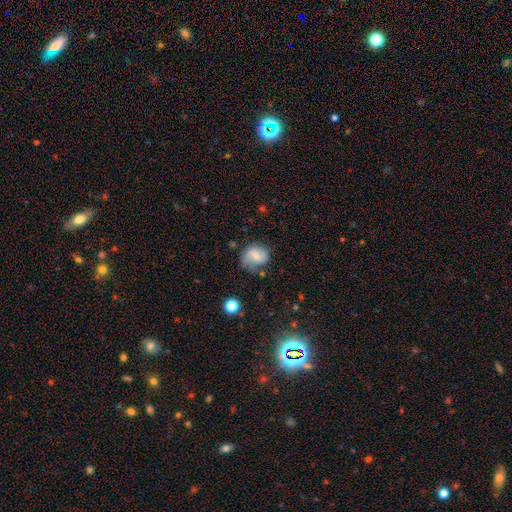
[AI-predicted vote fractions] smooth_or_featured: smooth (p=0.49) [alt: featured or disk p=0.42]
merging: none (p=0.62) [alt: minor disturbance p=0.26]